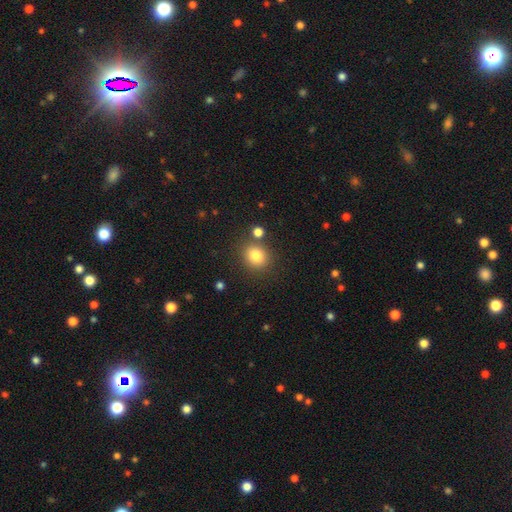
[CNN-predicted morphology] A smooth galaxy with no disk features (81%) that is round (74%).

Vote fractions:
- Smooth or featured? smooth: 81% / star or artifact: 12% / featured or disk: 7%
- How rounded? round: 74% / in between: 25% / cigar-shaped: 1%
- Merging? none: 79% / minor disturbance: 9% / merger: 8% / major disturbance: 3%